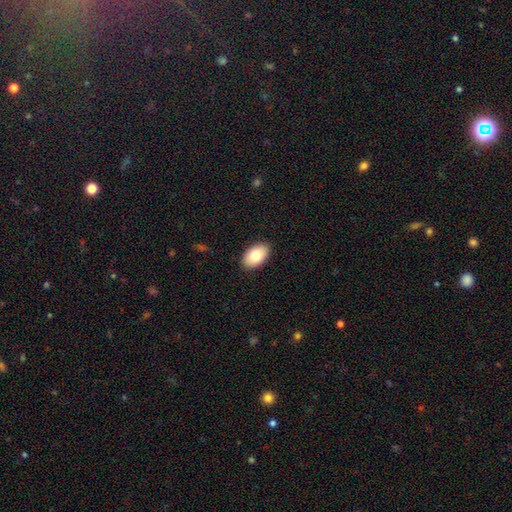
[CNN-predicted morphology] smooth-or-featured: smooth: 80% | featured or disk: 14% | star or artifact: 7%
  how-rounded: in between: 94% | round: 5% | cigar-shaped: 1%
  merging: none: 89% | minor disturbance: 8% | major disturbance: 2% | merger: 1%